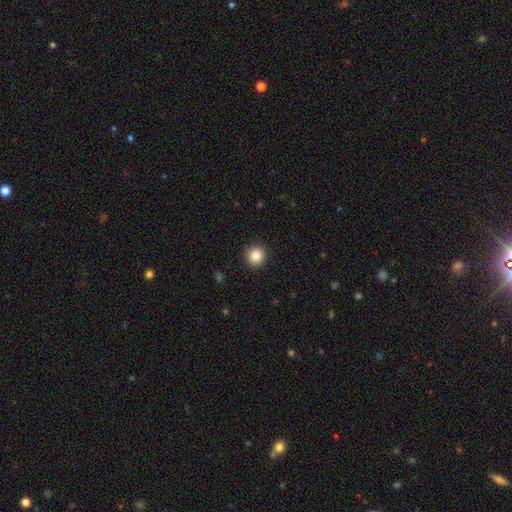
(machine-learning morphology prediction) smooth-or-featured: smooth: 86% | star or artifact: 9% | featured or disk: 5%
  how-rounded: round: 93% | in between: 6% | cigar-shaped: 1%
  merging: none: 92% | minor disturbance: 5% | major disturbance: 2% | merger: 1%